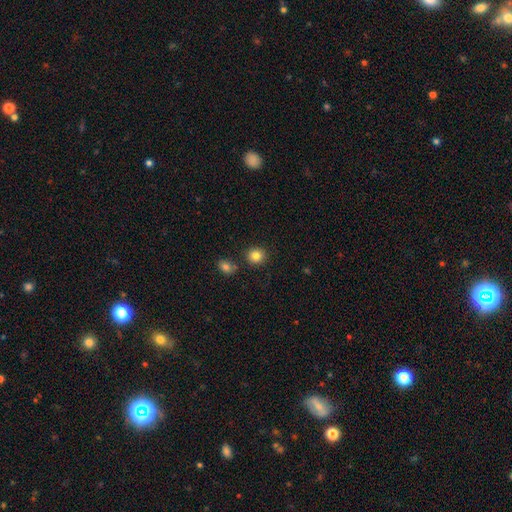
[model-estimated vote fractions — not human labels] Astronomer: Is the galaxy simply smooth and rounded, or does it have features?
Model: smooth — 84%.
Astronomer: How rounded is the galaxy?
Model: round — 88%.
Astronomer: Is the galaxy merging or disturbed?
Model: none — 84%.